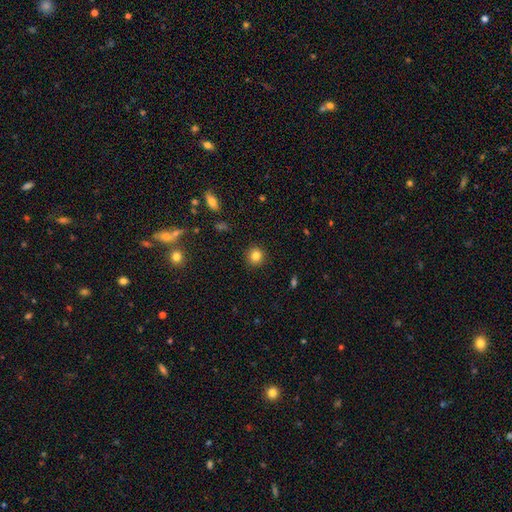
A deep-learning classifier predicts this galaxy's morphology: Smooth or featured? Predicted: smooth (p=0.83). How rounded? Predicted: round (p=0.92). Merging? Predicted: none (p=0.92).